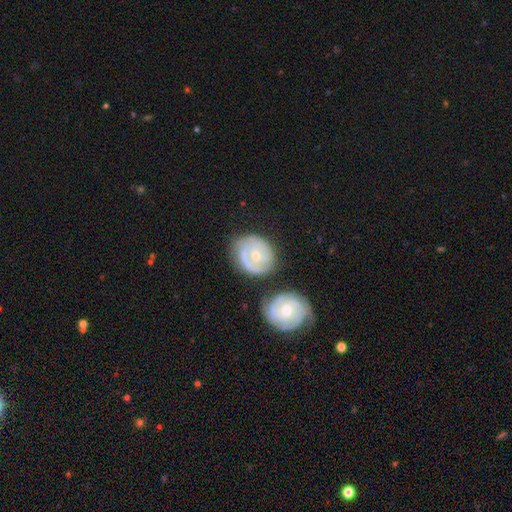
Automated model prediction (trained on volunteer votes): Morphology: type=featured or disk (74%); edge-on=no (97%); bar=no (62%); spiral arms=yes (89%); winding=tight (61%); arm count=2 (36%); bulge=moderate (53%); merging=none (59%).